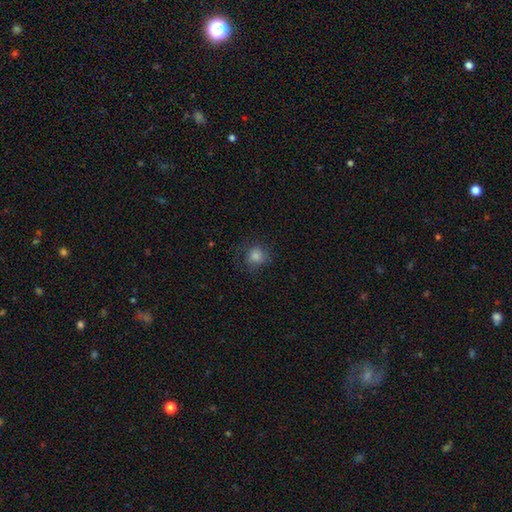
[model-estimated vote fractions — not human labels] smooth-or-featured: smooth: 69% | star or artifact: 16% | featured or disk: 15%
  how-rounded: round: 87% | in between: 12% | cigar-shaped: 1%
  merging: none: 71% | minor disturbance: 17% | major disturbance: 12% | merger: 1%